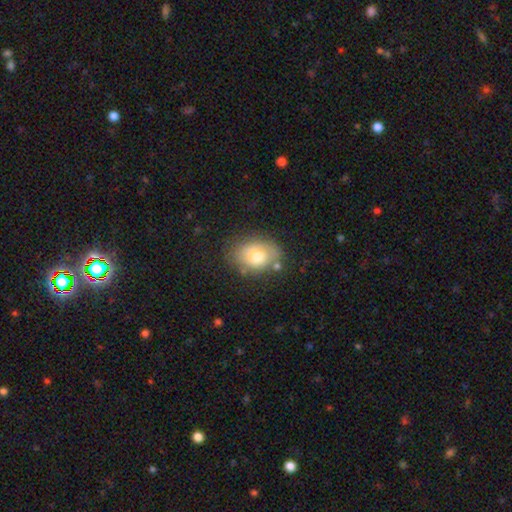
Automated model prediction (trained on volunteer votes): The model was most divided on "how rounded": in between: 74%, round: 25%, cigar-shaped: 1%. More confident: smooth or featured — smooth (73%); merging — none (71%).